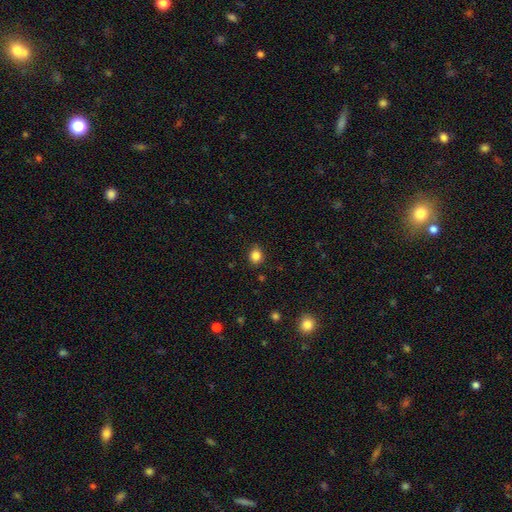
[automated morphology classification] Overall: smooth (84%). How rounded: round (68%; in between 31%). Merging: none (84%).